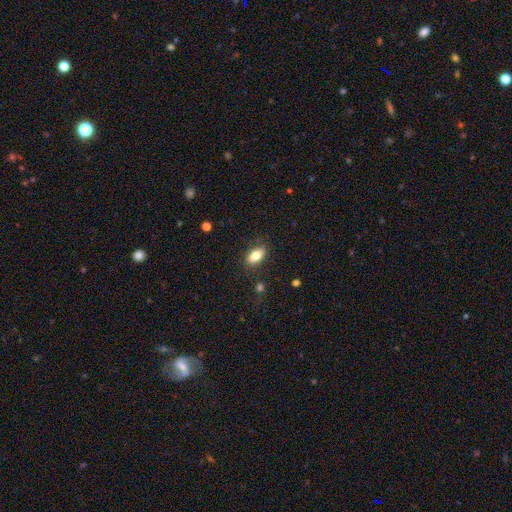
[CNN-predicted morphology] A smooth galaxy with no disk features (82%) that is in between round and cigar-shaped (89%).

Vote fractions:
- Smooth or featured? smooth: 82% / featured or disk: 11% / star or artifact: 8%
- How rounded? in between: 89% / cigar-shaped: 6% / round: 5%
- Merging? none: 85% / minor disturbance: 10% / major disturbance: 3% / merger: 2%